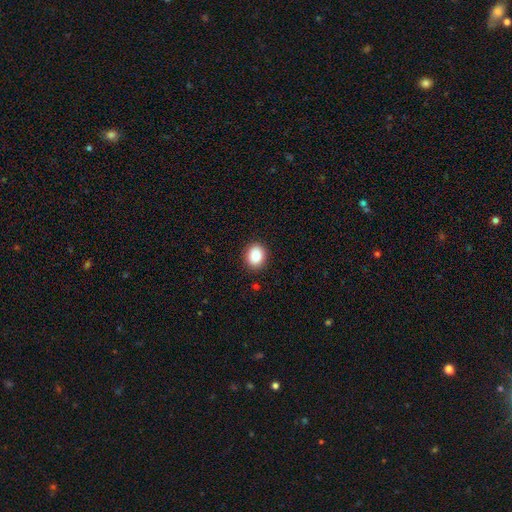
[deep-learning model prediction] A smooth galaxy with no disk features (88%) that is round (53%).

Vote fractions:
- Smooth or featured? smooth: 88% / star or artifact: 8% / featured or disk: 4%
- How rounded? round: 53% / in between: 46% / cigar-shaped: 1%
- Merging? none: 90% / minor disturbance: 7% / major disturbance: 2% / merger: 1%